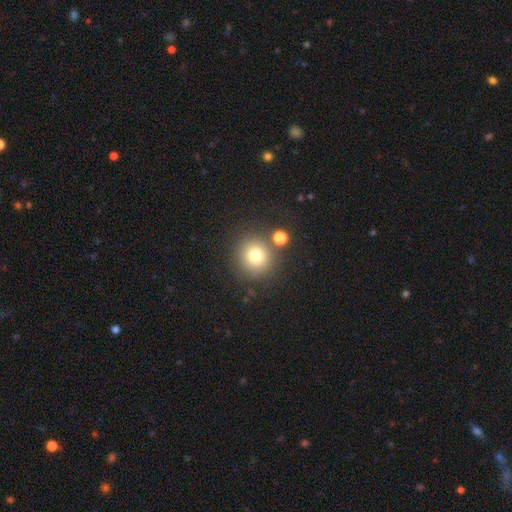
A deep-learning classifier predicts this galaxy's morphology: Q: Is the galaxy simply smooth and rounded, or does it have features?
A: smooth — 77%.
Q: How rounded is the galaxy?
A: round — 93%.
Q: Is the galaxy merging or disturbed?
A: none — 79%.